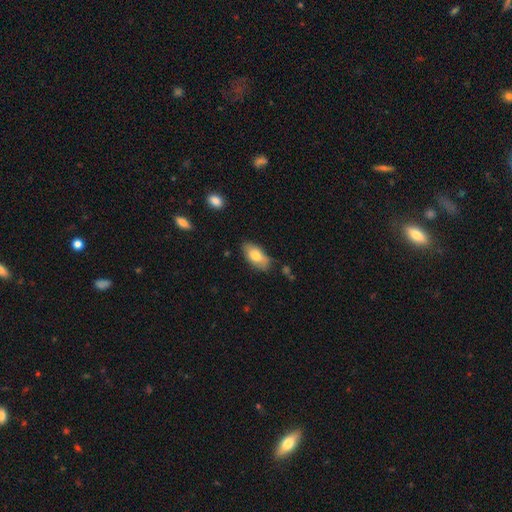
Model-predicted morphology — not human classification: Overall: smooth (76%). How rounded: in between (92%). Merging: none (74%).